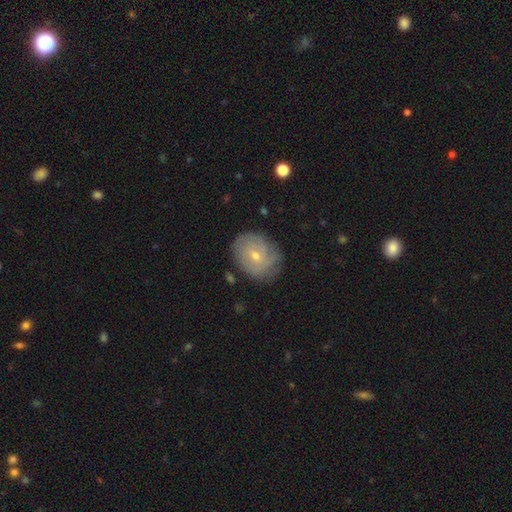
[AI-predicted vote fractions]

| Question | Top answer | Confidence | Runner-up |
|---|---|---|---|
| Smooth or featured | featured or disk | 58% | smooth (32%) |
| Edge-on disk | no | 96% | yes (4%) |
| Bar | no | 68% | weak (27%) |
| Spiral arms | yes | 77% | no (23%) |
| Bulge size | small | 60% | moderate (37%) |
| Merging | none | 76% | minor disturbance (18%) |